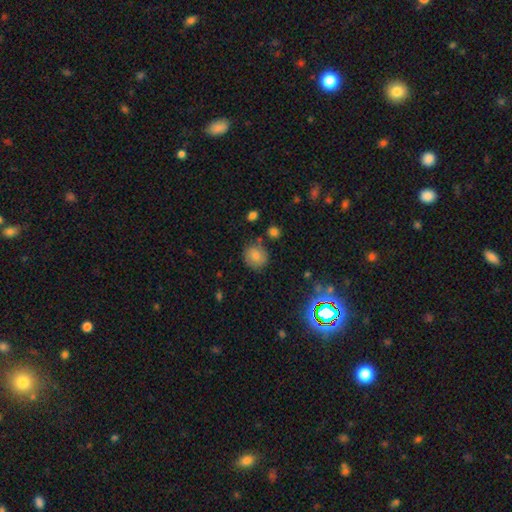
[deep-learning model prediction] Overall: smooth (76%). How rounded: round (81%). Merging: none (79%).